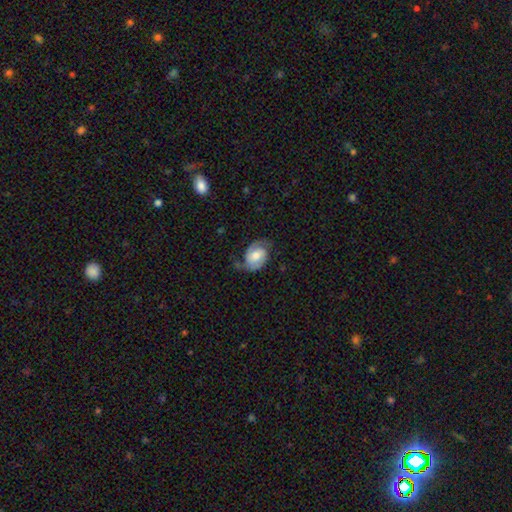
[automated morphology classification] smooth-or-featured: featured or disk: 69% | smooth: 24% | star or artifact: 6%
  disk-edge-on: no: 97% | yes: 3%
    bar: no: 57% | weak: 34% | strong: 9%
    has-spiral-arms: yes: 91% | no: 9%
      spiral-winding: medium: 44% | tight: 31% | loose: 25%
      spiral-arm-count: 2: 84% | 1: 7% | can't tell: 6% | 3: 1% | 4: 1% | more than 4: 1%
    bulge-size: moderate: 61% | large: 18% | small: 16% | none: 3% | dominant: 2%
  merging: none: 58% | minor disturbance: 26% | major disturbance: 15% | merger: 2%